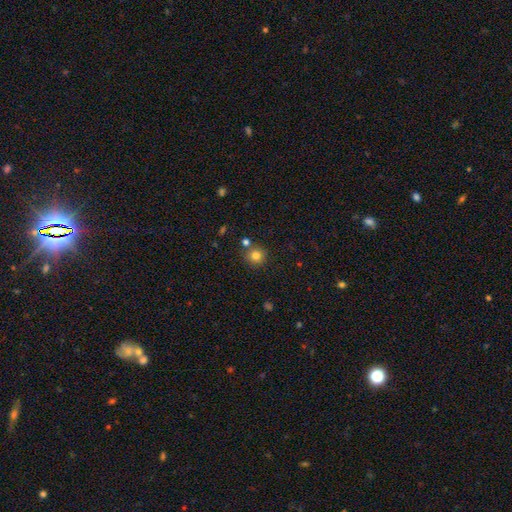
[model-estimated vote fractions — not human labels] A smooth galaxy with no disk features (81%) that is round (92%). Merging: none (78%).